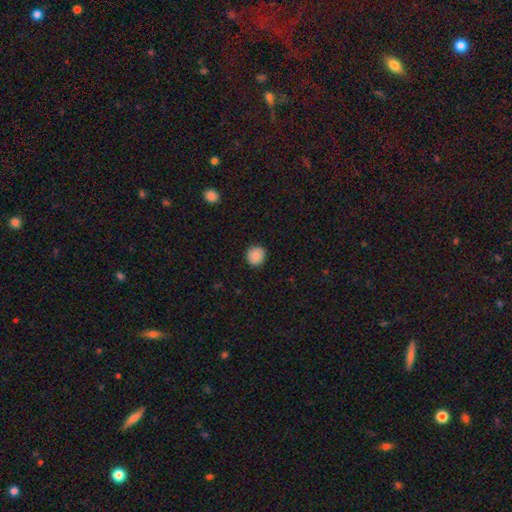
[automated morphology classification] smooth_or_featured: smooth (p=0.87) [alt: star or artifact p=0.08]
how_rounded: round (p=0.90) [alt: in between p=0.09]
merging: none (p=0.90) [alt: minor disturbance p=0.08]